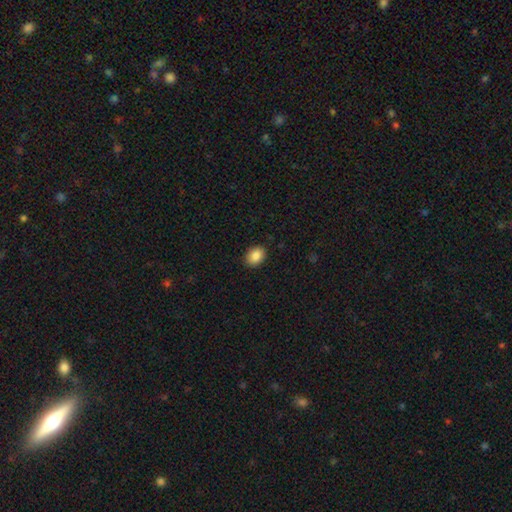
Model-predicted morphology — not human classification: A smooth galaxy with no disk features (87%) that is in between round and cigar-shaped (70%). Merging: none (90%).